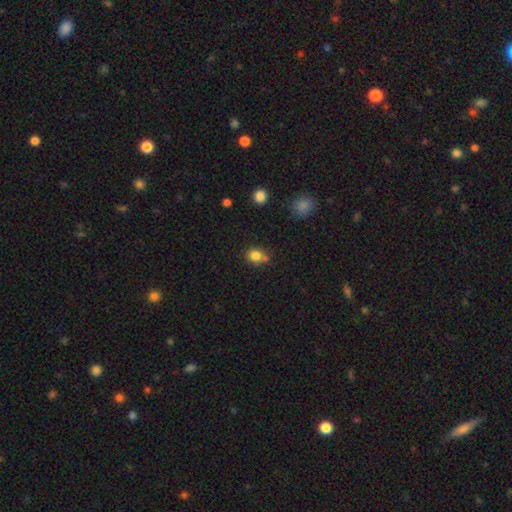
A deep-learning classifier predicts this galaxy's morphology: Smooth or featured? smooth (81%)
How rounded? round (68%)
Merging? none (59%)